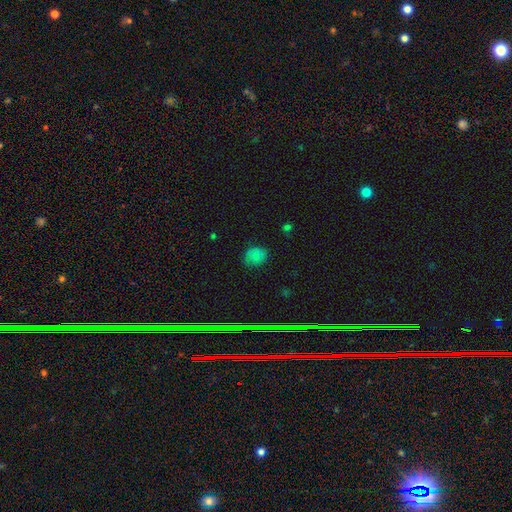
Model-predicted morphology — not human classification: smooth-or-featured: smooth: 75% | star or artifact: 15% | featured or disk: 10%
  how-rounded: round: 71% | in between: 28% | cigar-shaped: 1%
  merging: none: 75% | minor disturbance: 19% | major disturbance: 4% | merger: 1%